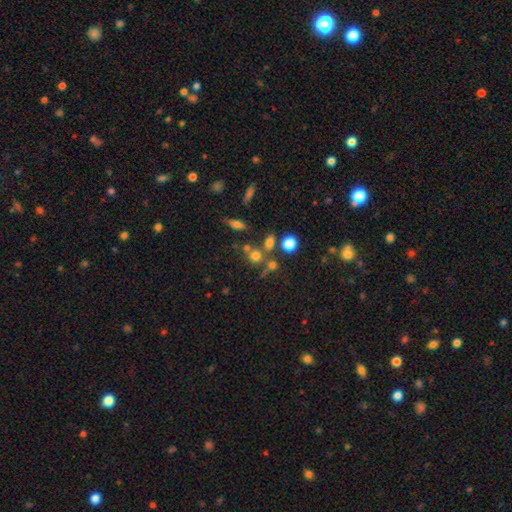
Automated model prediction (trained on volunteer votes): This is likely a smooth galaxy (66%). How rounded: clearly round (81%). Merging: possibly none (56%).